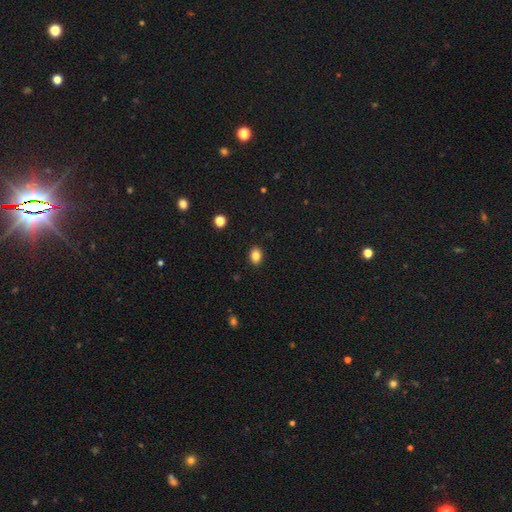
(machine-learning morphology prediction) The model was most divided on "how rounded": in between: 67%, round: 32%, cigar-shaped: 1%. More confident: merging — none (90%); smooth or featured — smooth (84%).